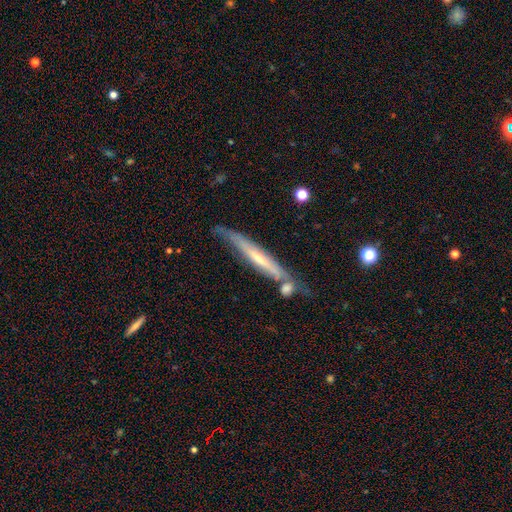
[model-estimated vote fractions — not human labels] Smooth or featured? featured or disk (67%)
Edge-on disk? yes (90%)
Edge-on bulge? rounded (52%)
Merging? none (70%)